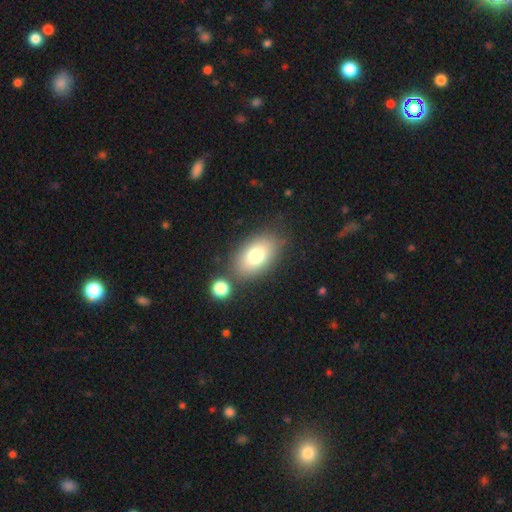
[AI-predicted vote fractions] Morphology: type=smooth (76%); roundness=in between (89%); merging=none (75%).